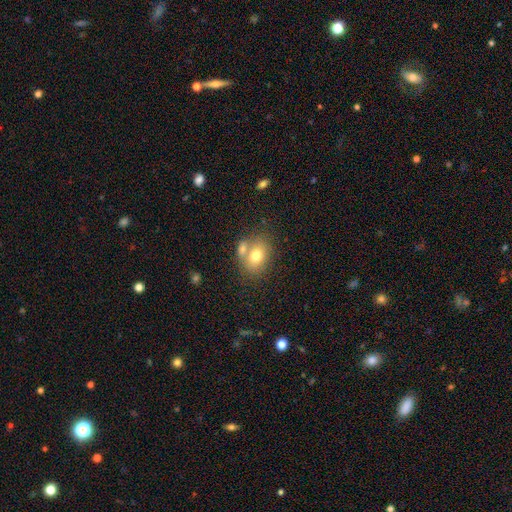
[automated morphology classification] Overall: smooth (74%). How rounded: in between (61%; round 38%). Merging: none (44%; merger 39%).